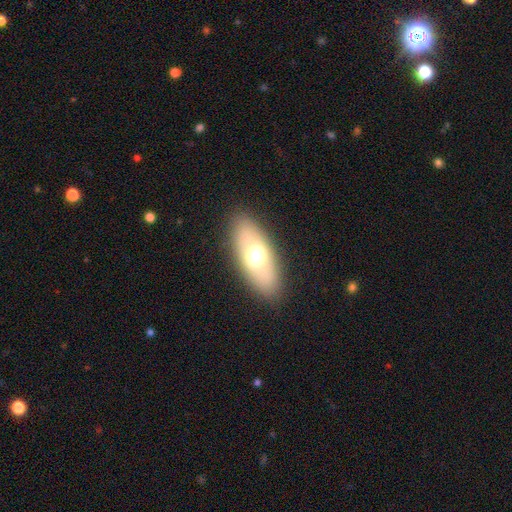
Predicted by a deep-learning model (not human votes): This appears to be a smooth galaxy with no disk features (59%) that is in between round and cigar-shaped (81%). Merging: none (86%).